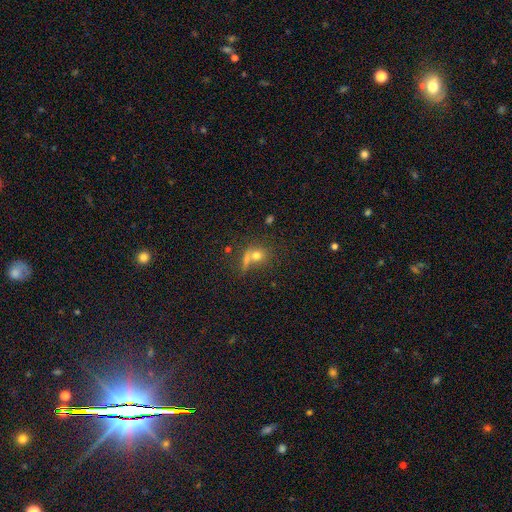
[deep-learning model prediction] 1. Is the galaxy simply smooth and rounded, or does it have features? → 65% smooth, 19% star or artifact, 17% featured or disk.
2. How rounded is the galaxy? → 74% round, 23% in between, 3% cigar-shaped.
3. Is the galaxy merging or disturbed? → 47% none, 33% merger, 11% minor disturbance, 9% major disturbance.